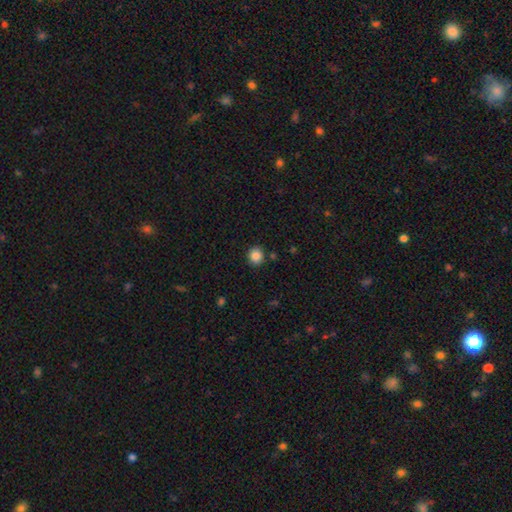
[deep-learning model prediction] Smooth or featured?
  - smooth: 86% *
  - star or artifact: 10%
  - featured or disk: 4%
How rounded?
  - round: 87% *
  - in between: 12%
  - cigar-shaped: 1%
Merging?
  - none: 88% *
  - minor disturbance: 7%
  - merger: 3%
  - major disturbance: 2%